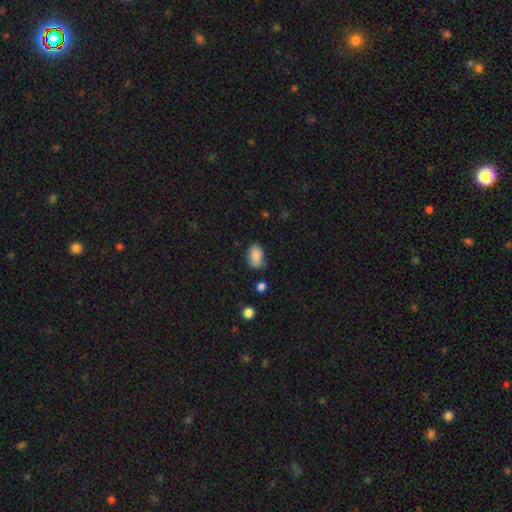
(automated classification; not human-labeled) Q: Smooth or featured?
A: smooth (86%); runner-up: star or artifact (9%)
Q: How rounded?
A: in between (83%); runner-up: round (15%)
Q: Merging?
A: none (63%); runner-up: minor disturbance (28%)